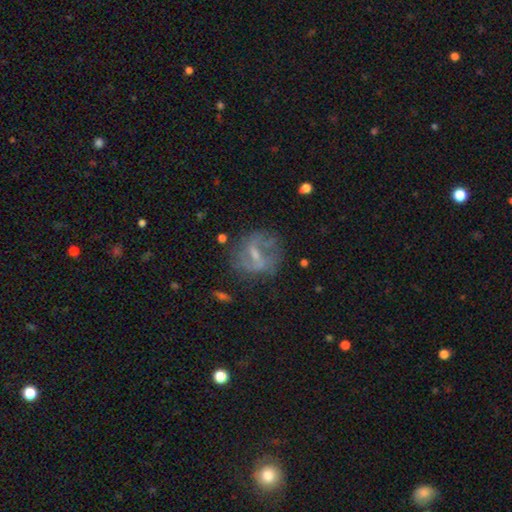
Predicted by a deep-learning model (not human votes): A featured or disk galaxy (61%) with a weak bar (48%), spiral arms (56%) and a small central bulge (49%). Merging: none (57%).